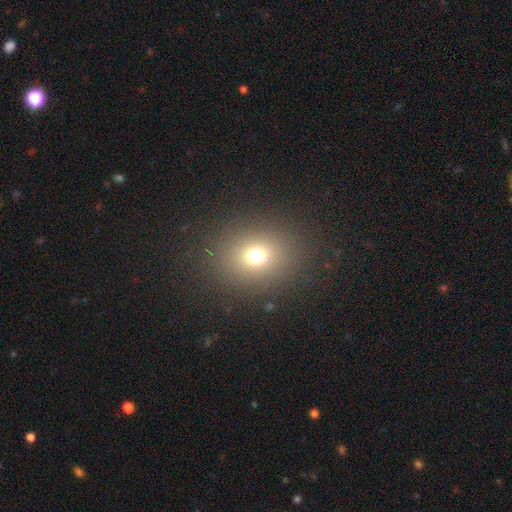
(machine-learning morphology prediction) smooth_or_featured: smooth (p=0.70) [alt: star or artifact p=0.20]
how_rounded: round (p=0.69) [alt: in between p=0.30]
merging: none (p=0.86) [alt: minor disturbance p=0.08]